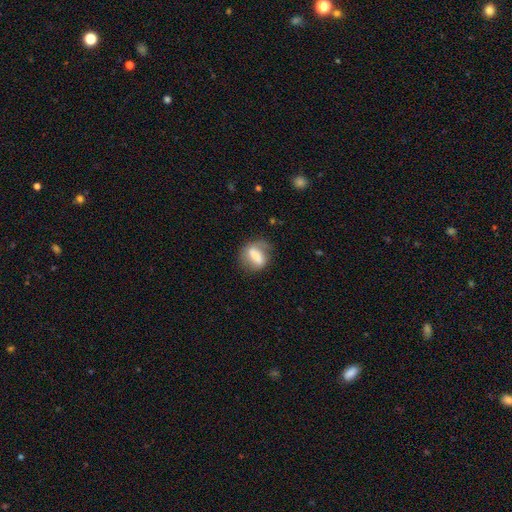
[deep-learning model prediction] Smooth or featured? smooth (55%)
How rounded? in between (55%)
Merging? none (63%)